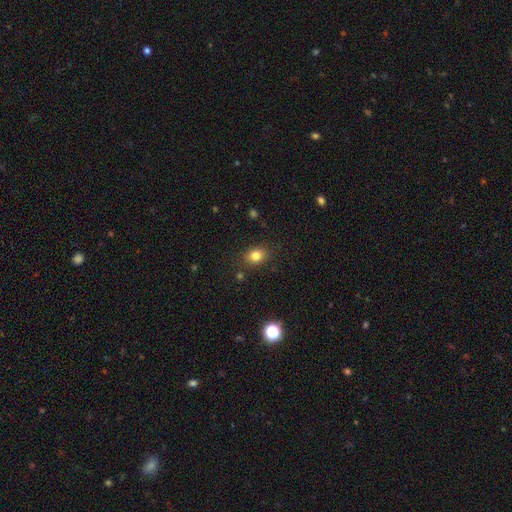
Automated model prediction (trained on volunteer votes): Smooth or featured? smooth (80%)
How rounded? in between (54%)
Merging? none (84%)